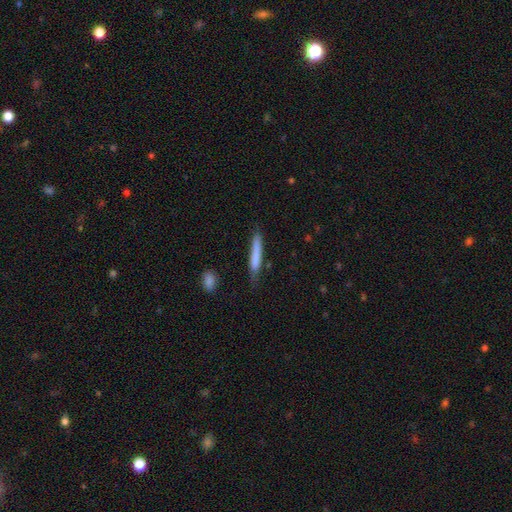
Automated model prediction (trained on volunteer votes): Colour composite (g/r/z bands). It shows a smooth galaxy with no disk features (76%) that is cigar-shaped (93%). Merging: none (73%).